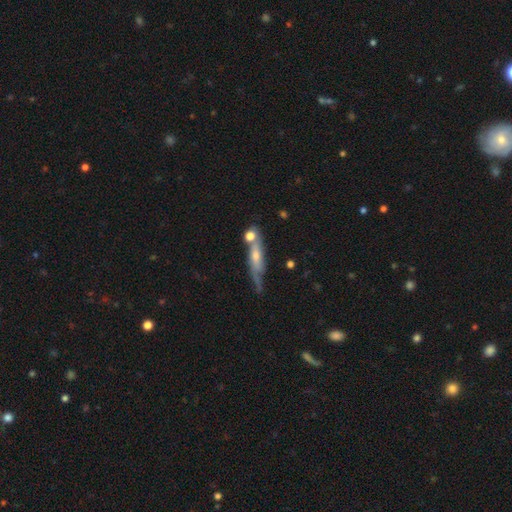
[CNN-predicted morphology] Overall: featured or disk (53%; smooth 38%). Edge-on disk: yes (69%; no 31%). Merging: none (52%; minor disturbance 23%).